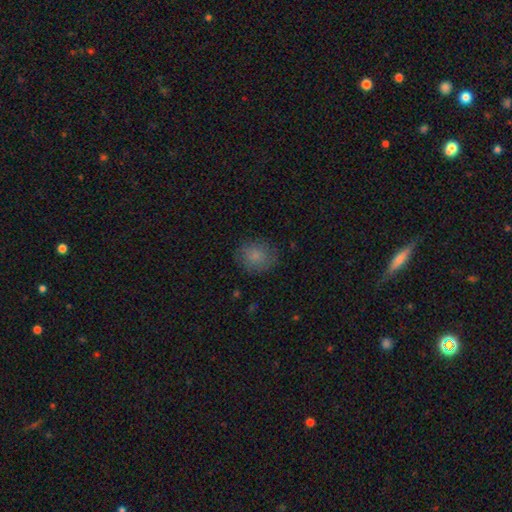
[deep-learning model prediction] A smooth galaxy with no disk features (81%) that is round (69%). Merging: none (78%).